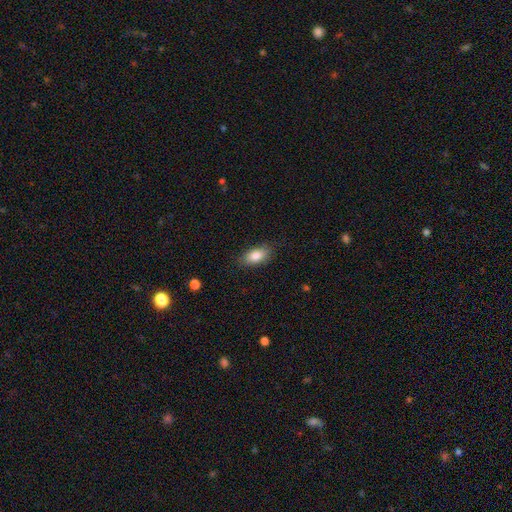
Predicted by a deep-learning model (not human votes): A smooth galaxy with no disk features (84%) that is in between round and cigar-shaped (89%). Merging: none (83%).